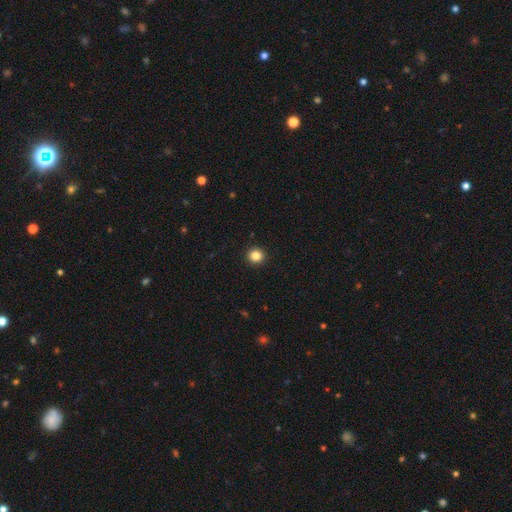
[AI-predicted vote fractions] Overall: smooth (85%). How rounded: round (94%). Merging: none (94%).